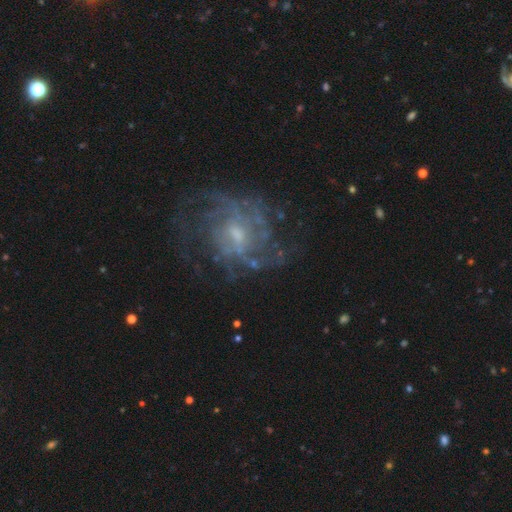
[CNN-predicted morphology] A featured or disk galaxy (73%) with no bar (55%), tight (42%) spiral arms (81%) and a small central bulge (59%).

Vote fractions:
- Smooth or featured? featured or disk: 73% / star or artifact: 16% / smooth: 11%
- Edge-on disk? no: 97% / yes: 3%
- Bar? no: 55% / weak: 38% / strong: 7%
- Spiral arms? yes: 81% / no: 19%
- Spiral winding? tight: 42% / medium: 40% / loose: 18%
- Spiral arm count? can't tell: 51% / 2: 15% / 3: 12% / 4: 9% / more than 4: 7% / 1: 6%
- Bulge size? small: 59% / moderate: 31% / none: 7% / large: 2% / dominant: 1%
- Merging? none: 67% / major disturbance: 16% / minor disturbance: 15% / merger: 2%